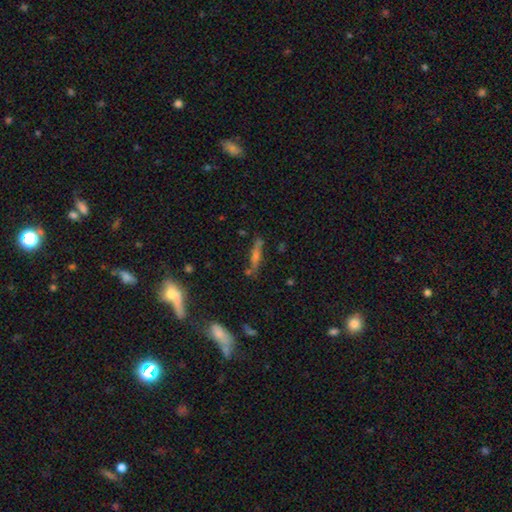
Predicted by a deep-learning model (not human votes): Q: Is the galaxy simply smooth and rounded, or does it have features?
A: featured or disk — 54%.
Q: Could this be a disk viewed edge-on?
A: yes — 85%.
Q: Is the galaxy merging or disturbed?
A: none — 73%.